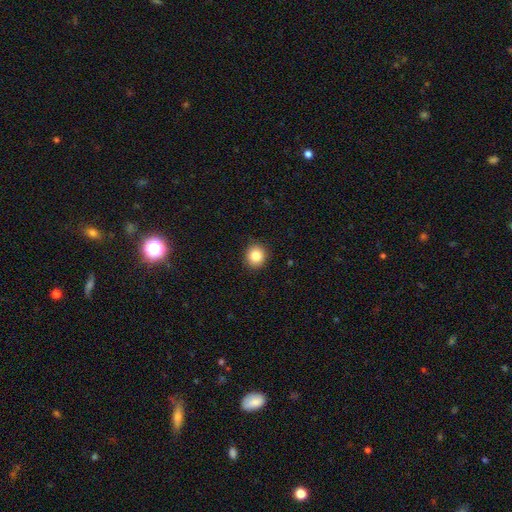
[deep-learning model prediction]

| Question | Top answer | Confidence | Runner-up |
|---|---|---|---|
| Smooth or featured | smooth | 85% | star or artifact (10%) |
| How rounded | round | 86% | in between (13%) |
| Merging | none | 90% | minor disturbance (7%) |